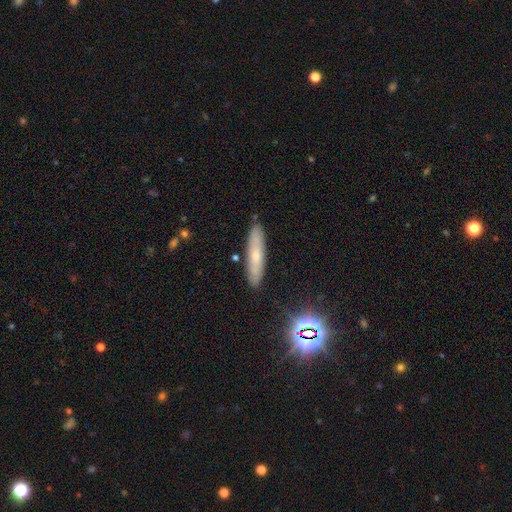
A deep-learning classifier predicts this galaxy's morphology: Smooth or featured: smooth — 54% (featured or disk — 35%)
How rounded: cigar-shaped — 83% (in between — 15%)
Merging: none — 86% (minor disturbance — 10%)